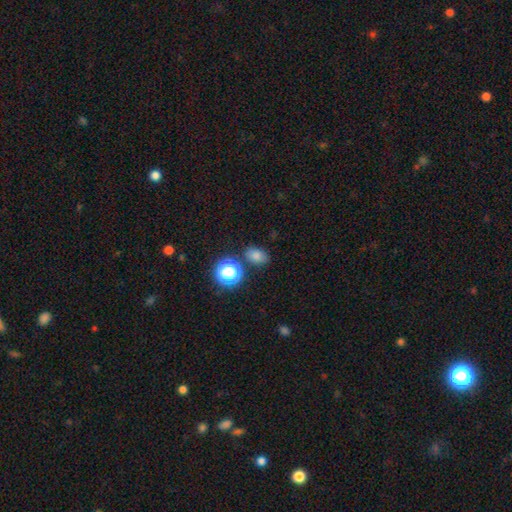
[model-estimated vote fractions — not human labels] Q: Smooth or featured?
A: smooth (75%); runner-up: star or artifact (18%)
Q: How rounded?
A: in between (71%); runner-up: round (27%)
Q: Merging?
A: none (76%); runner-up: minor disturbance (14%)